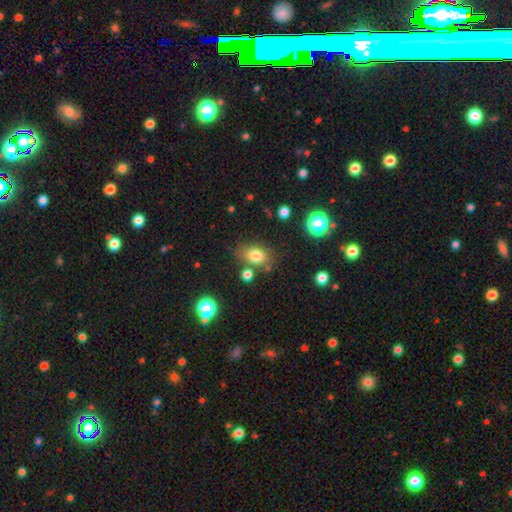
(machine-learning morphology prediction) smooth_or_featured: smooth (p=0.79) [alt: star or artifact p=0.12]
how_rounded: in between (p=0.72) [alt: round p=0.26]
merging: none (p=0.72) [alt: minor disturbance p=0.15]